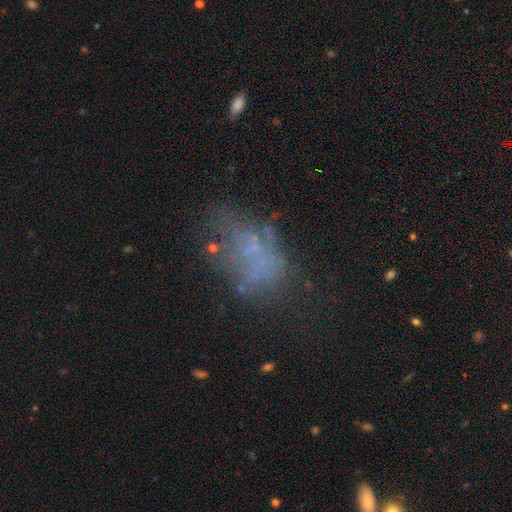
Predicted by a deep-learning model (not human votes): A smooth galaxy with no disk features (39%). Merging: none (43%).